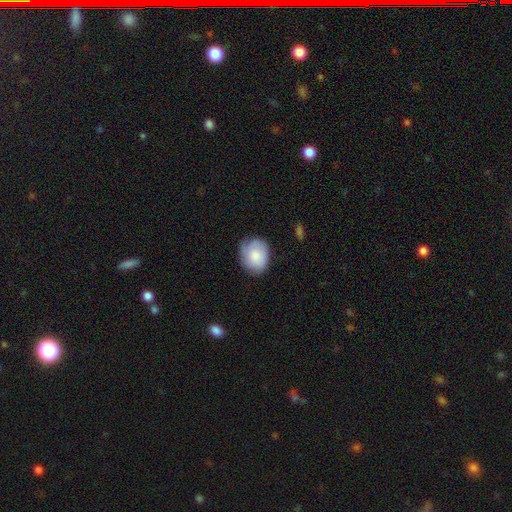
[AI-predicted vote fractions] smooth_or_featured: smooth (p=0.81) [alt: featured or disk p=0.13]
how_rounded: round (p=0.57) [alt: in between p=0.42]
merging: none (p=0.71) [alt: minor disturbance p=0.23]